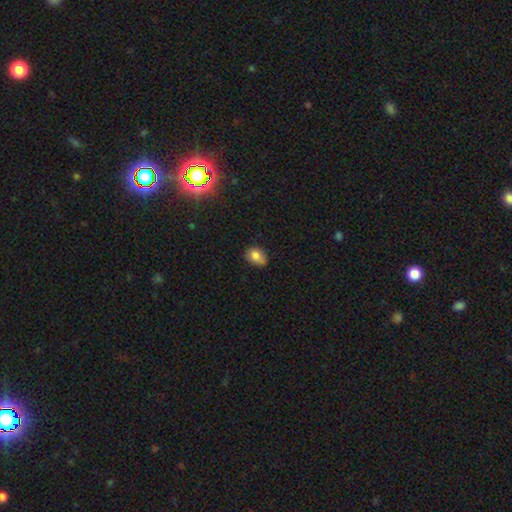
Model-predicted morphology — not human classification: A smooth galaxy with no disk features (78%) that is in between round and cigar-shaped (69%). Merging: none (67%).